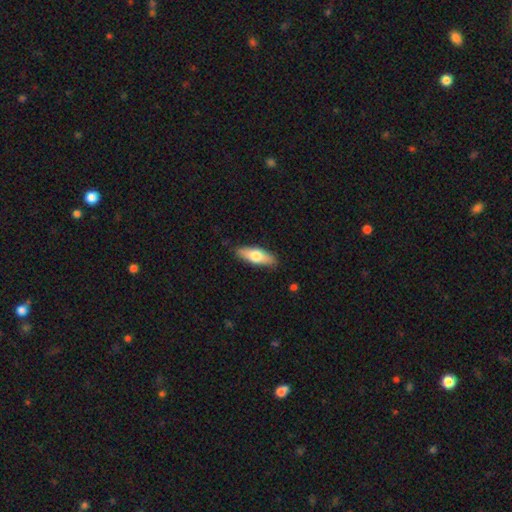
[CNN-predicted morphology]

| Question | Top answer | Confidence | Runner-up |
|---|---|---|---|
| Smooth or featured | smooth | 66% | featured or disk (28%) |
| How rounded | in between | 59% | cigar-shaped (39%) |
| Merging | none | 87% | minor disturbance (10%) |